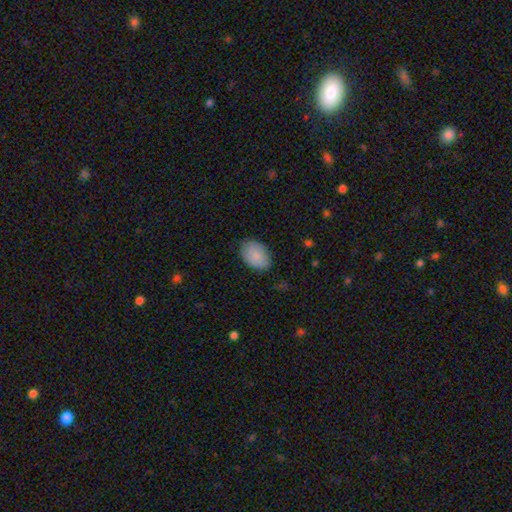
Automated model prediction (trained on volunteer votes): smooth_or_featured: smooth (p=0.86) [alt: featured or disk p=0.08]
how_rounded: in between (p=0.86) [alt: round p=0.13]
merging: none (p=0.81) [alt: minor disturbance p=0.15]